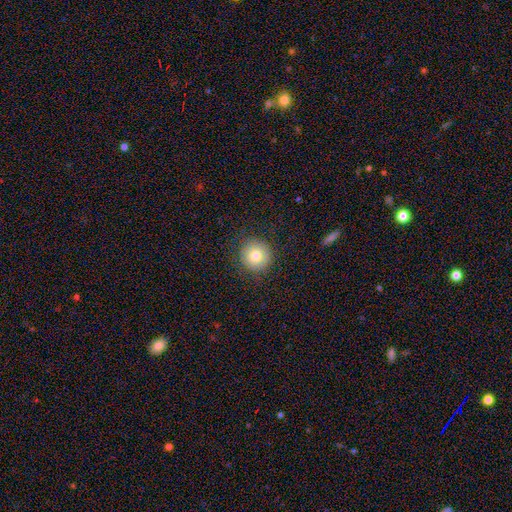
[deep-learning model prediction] Morphology: type=smooth (77%); roundness=round (95%); merging=none (88%).